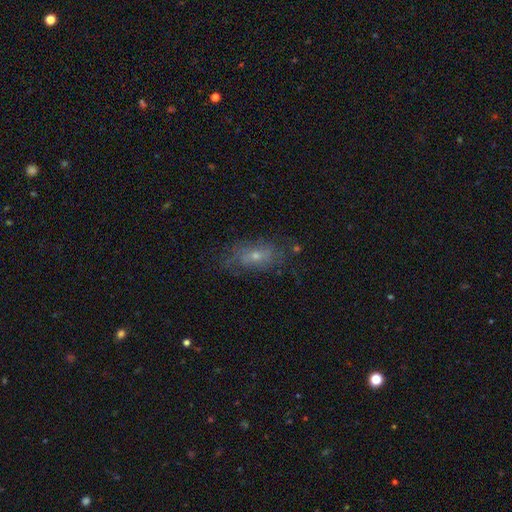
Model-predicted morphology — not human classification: type=featured or disk (43%); merging=none (67%).